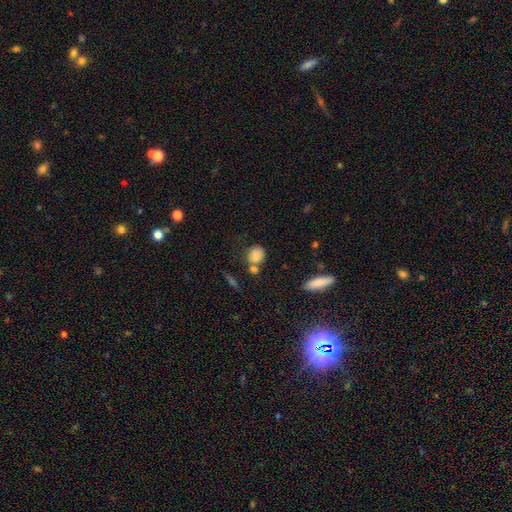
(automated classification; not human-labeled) A smooth galaxy with no disk features (82%) that is round (65%). Merging: none (55%).